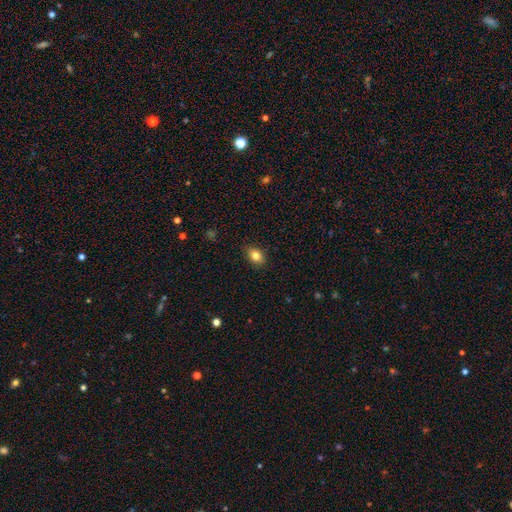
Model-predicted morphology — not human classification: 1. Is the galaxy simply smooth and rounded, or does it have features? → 82% smooth, 10% star or artifact, 8% featured or disk.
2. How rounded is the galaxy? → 74% in between, 24% round, 1% cigar-shaped.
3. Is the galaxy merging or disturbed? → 87% none, 10% minor disturbance, 2% major disturbance, 1% merger.